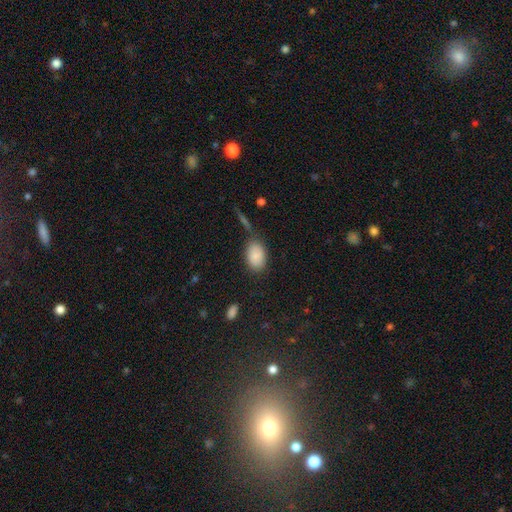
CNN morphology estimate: This is clearly a smooth galaxy (86%). How rounded: clearly in between (89%). Merging: likely none (72%).